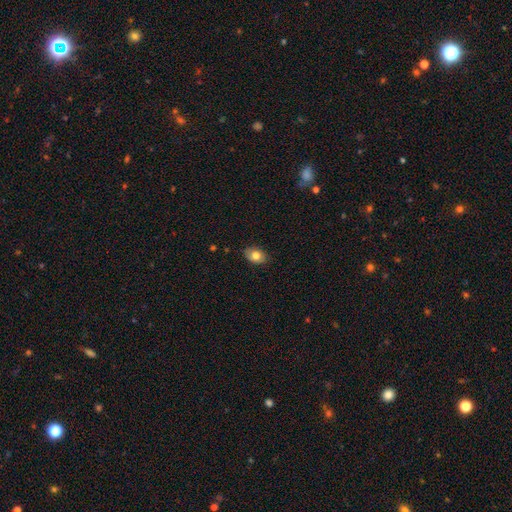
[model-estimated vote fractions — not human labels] A smooth galaxy with no disk features (77%) that is in between round and cigar-shaped (77%).

Vote fractions:
- Smooth or featured? smooth: 77% / featured or disk: 15% / star or artifact: 8%
- How rounded? in between: 77% / round: 22% / cigar-shaped: 1%
- Merging? none: 84% / minor disturbance: 13% / major disturbance: 2% / merger: 1%